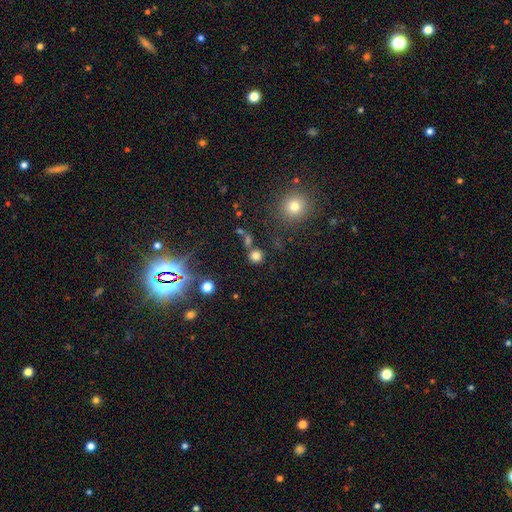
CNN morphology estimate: Overall: smooth (76%). How rounded: round (90%). Merging: none (74%).